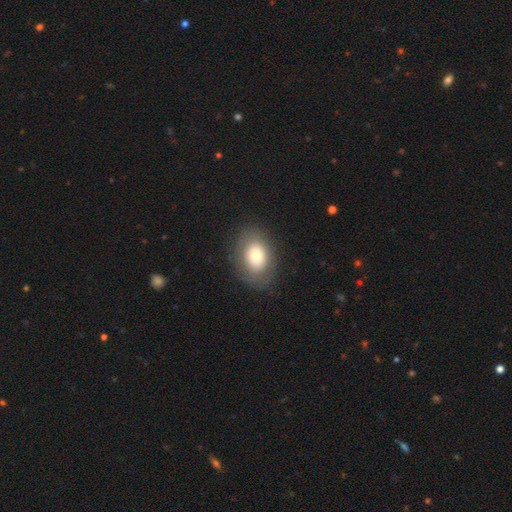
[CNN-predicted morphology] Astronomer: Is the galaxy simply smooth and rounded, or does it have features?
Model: smooth — 75%.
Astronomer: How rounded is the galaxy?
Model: in between — 76%.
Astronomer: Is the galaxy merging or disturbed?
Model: none — 82%.